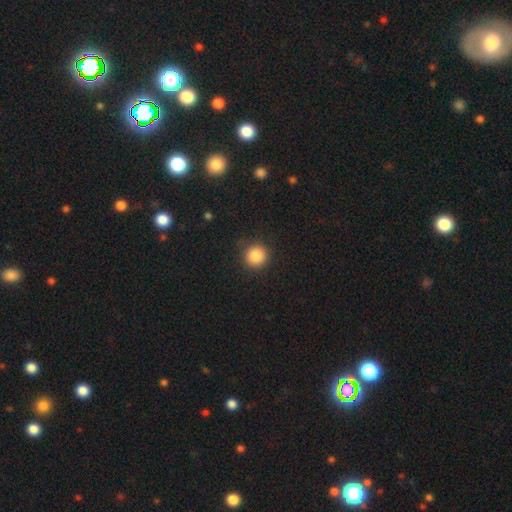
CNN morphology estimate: This appears to be a smooth galaxy with no disk features (86%) that is round (93%). Merging: none (86%).